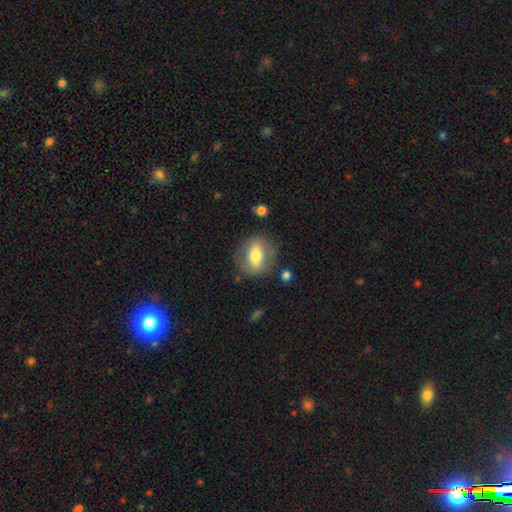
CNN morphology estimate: This appears to be a smooth galaxy with no disk features (59%) that is in between round and cigar-shaped (56%). Merging: none (78%).